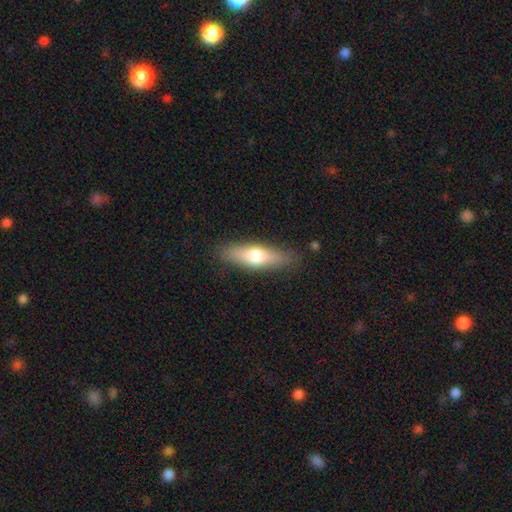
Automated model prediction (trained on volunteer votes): Smooth or featured? Predicted: smooth (p=0.65). How rounded? Predicted: cigar-shaped (p=0.51). Merging? Predicted: none (p=0.84).